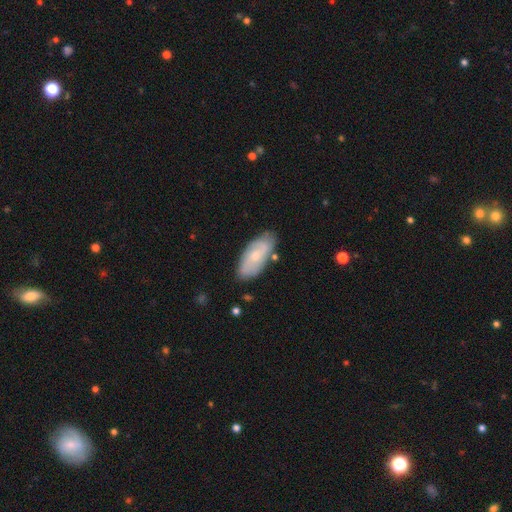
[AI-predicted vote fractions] smooth_or_featured: featured or disk (p=0.47) [tied with: smooth p=0.47]
merging: none (p=0.75) [alt: minor disturbance p=0.18]